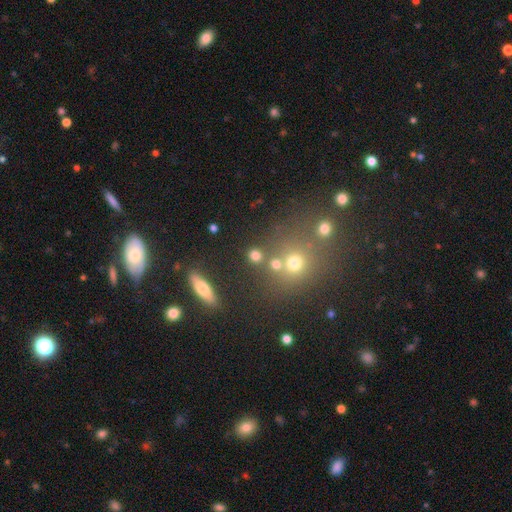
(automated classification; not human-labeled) Q: Smooth or featured?
A: smooth (74%); runner-up: star or artifact (17%)
Q: How rounded?
A: round (83%); runner-up: in between (14%)
Q: Merging?
A: none (71%); runner-up: merger (16%)